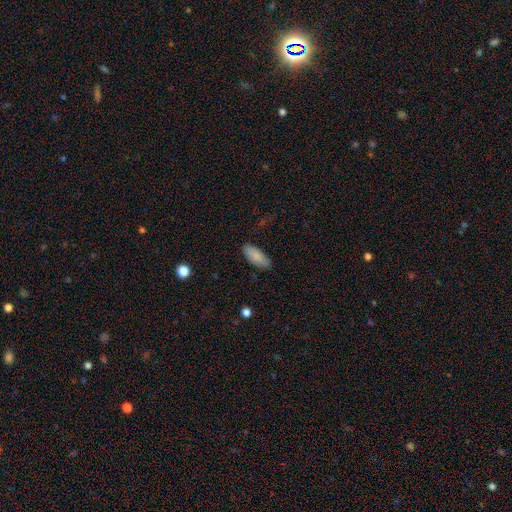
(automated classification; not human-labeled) smooth_or_featured: smooth (p=0.85) [alt: featured or disk p=0.09]
how_rounded: in between (p=0.80) [alt: cigar-shaped p=0.18]
merging: none (p=0.85) [alt: minor disturbance p=0.12]